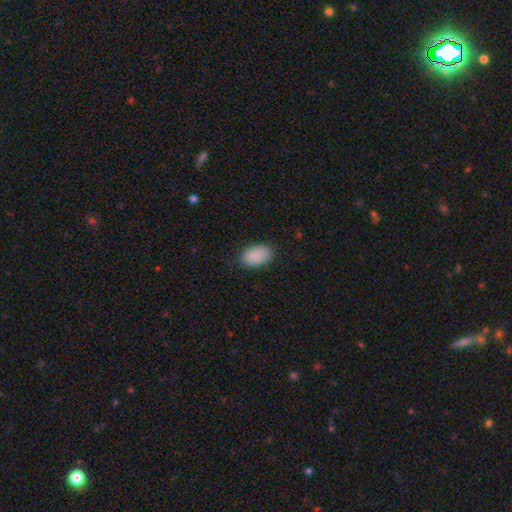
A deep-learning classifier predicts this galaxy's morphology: smooth 90%, star or artifact 7%, featured or disk 3%. Down the decision tree: how rounded — in between (91%); merging — none (84%).